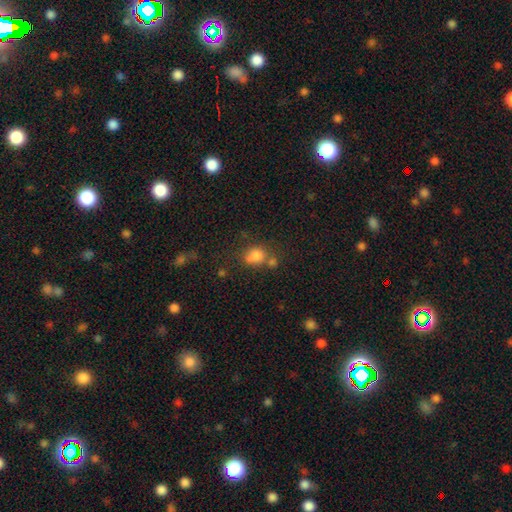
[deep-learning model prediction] Smooth or featured? smooth (77%)
How rounded? round (53%)
Merging? none (42%)